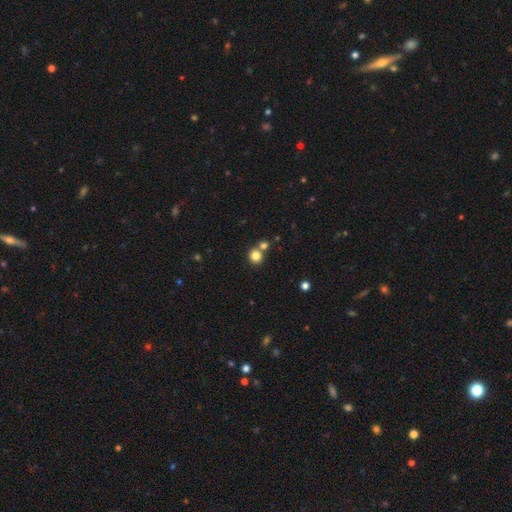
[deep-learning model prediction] Overall: smooth (82%). How rounded: round (86%). Merging: none (62%; merger 28%).